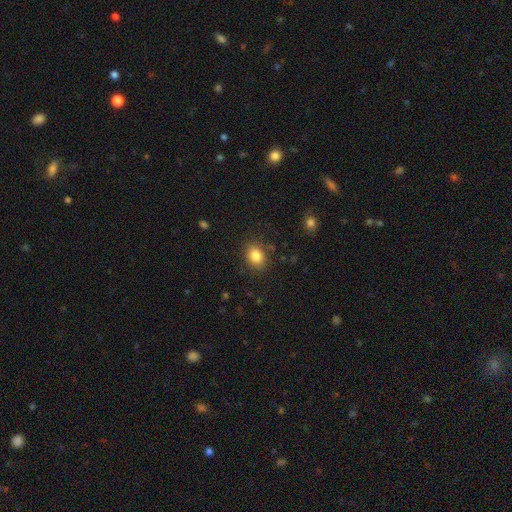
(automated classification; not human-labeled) Q: Smooth or featured?
A: smooth (84%); runner-up: star or artifact (10%)
Q: How rounded?
A: in between (63%); runner-up: round (36%)
Q: Merging?
A: none (84%); runner-up: minor disturbance (11%)